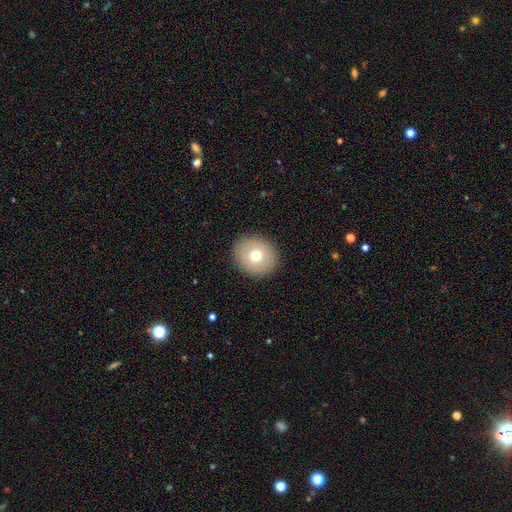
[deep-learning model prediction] Q: Smooth or featured?
A: smooth (69%); runner-up: featured or disk (21%)
Q: How rounded?
A: round (82%); runner-up: in between (17%)
Q: Merging?
A: none (90%); runner-up: minor disturbance (6%)